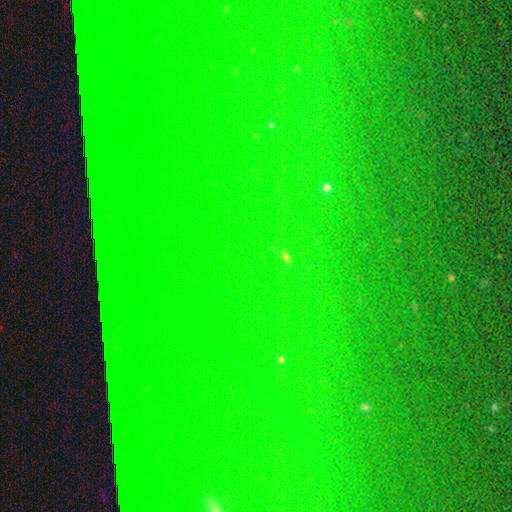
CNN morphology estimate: A star or artifact, not a galaxy (83%).

Vote fractions:
- Smooth or featured? star or artifact: 83% / smooth: 10% / featured or disk: 7%